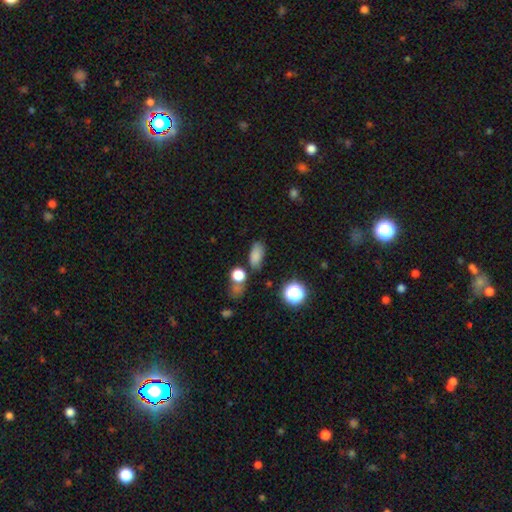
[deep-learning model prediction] Smooth or featured? Predicted: smooth (p=0.80). How rounded? Predicted: in between (p=0.85). Merging? Predicted: none (p=0.71).